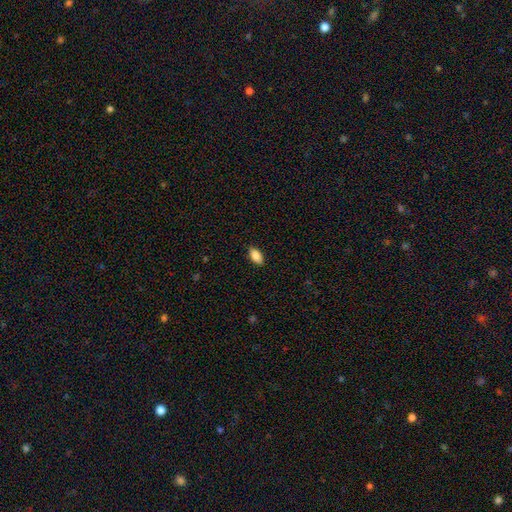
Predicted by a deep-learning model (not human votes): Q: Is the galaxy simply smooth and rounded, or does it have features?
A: smooth — 86%.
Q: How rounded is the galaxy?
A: in between — 93%.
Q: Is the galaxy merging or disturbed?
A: none — 88%.